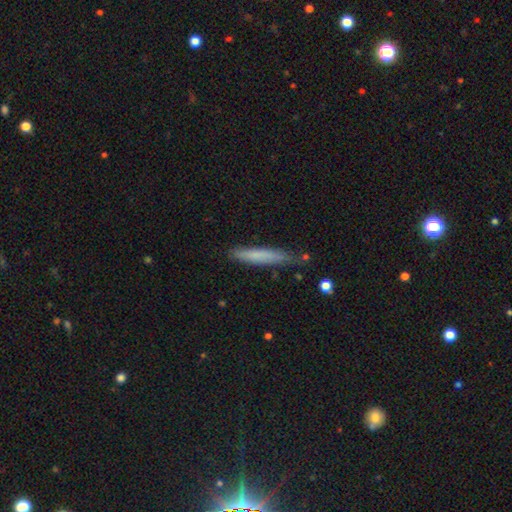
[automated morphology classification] Smooth or featured?
  - smooth: 71% *
  - featured or disk: 22%
  - star or artifact: 7%
How rounded?
  - cigar-shaped: 94% *
  - in between: 5%
  - round: 1%
Merging?
  - none: 76% *
  - minor disturbance: 18%
  - major disturbance: 3%
  - merger: 3%